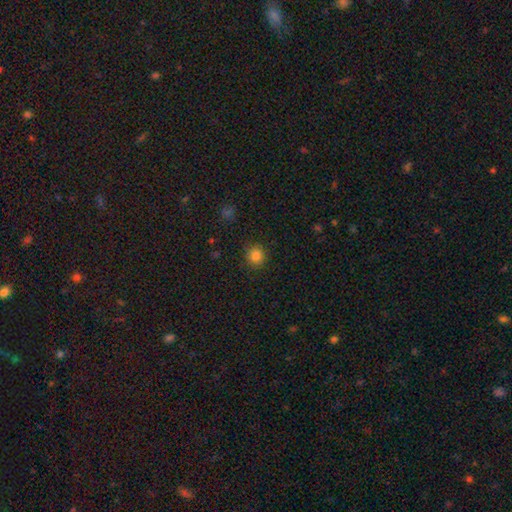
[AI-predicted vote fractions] Overall: smooth (84%). How rounded: round (91%). Merging: none (90%).